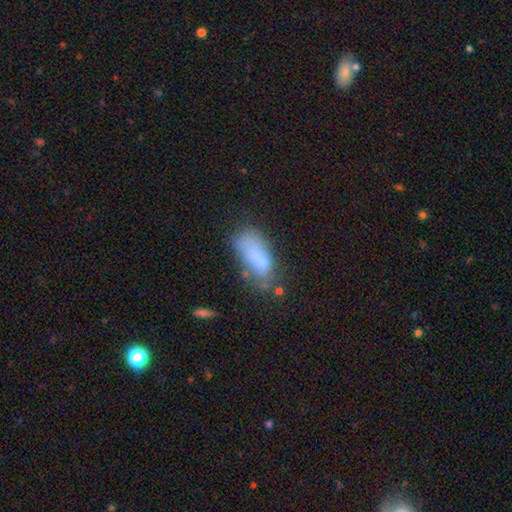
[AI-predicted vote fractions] Q: Smooth or featured?
A: smooth (65%); runner-up: featured or disk (24%)
Q: How rounded?
A: in between (83%); runner-up: cigar-shaped (14%)
Q: Merging?
A: none (36%); runner-up: minor disturbance (27%)